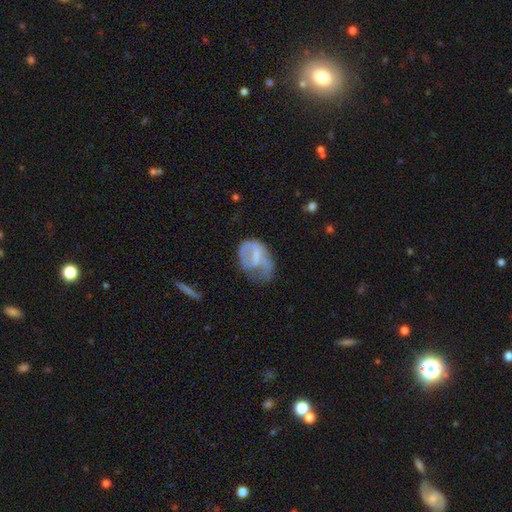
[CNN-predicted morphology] type=featured or disk (52%); edge-on=no (96%); bar=weak (42%, tied with no); spiral arms=no (60%); bulge=small (50%); merging=major disturbance (42%).